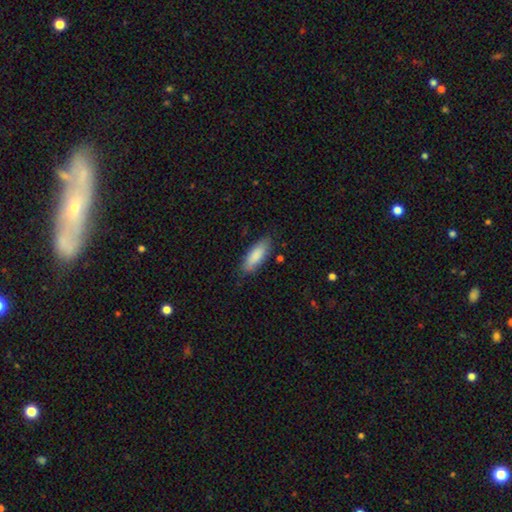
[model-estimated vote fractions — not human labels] A smooth galaxy with no disk features (86%) that is in between round and cigar-shaped (68%). Merging: none (80%).